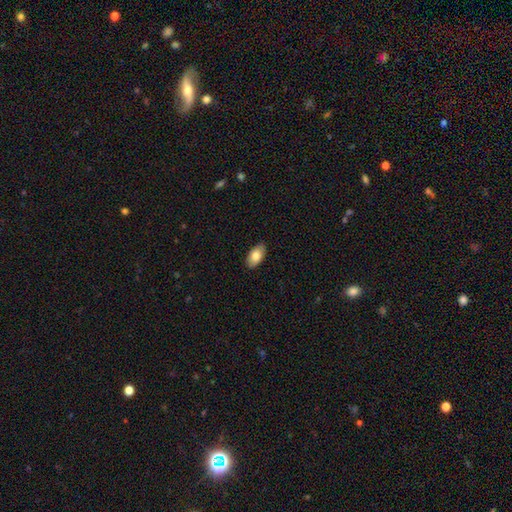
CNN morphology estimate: smooth-or-featured: smooth: 83% | featured or disk: 11% | star or artifact: 6%
  how-rounded: in between: 94% | round: 3% | cigar-shaped: 3%
  merging: none: 88% | minor disturbance: 9% | major disturbance: 2% | merger: 1%